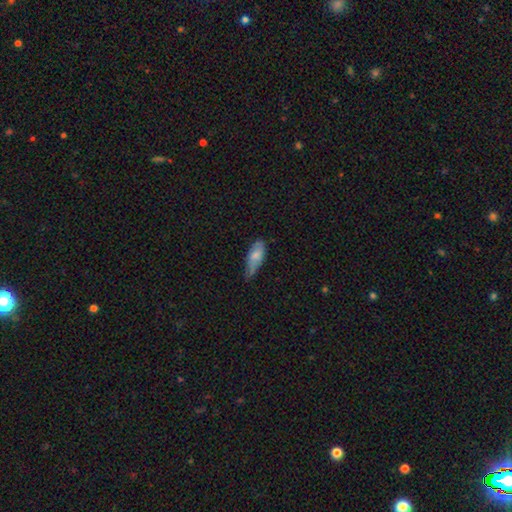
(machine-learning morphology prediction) A smooth galaxy with no disk features (73%) that is in between round and cigar-shaped (80%).

Vote fractions:
- Smooth or featured? smooth: 73% / featured or disk: 20% / star or artifact: 7%
- How rounded? in between: 80% / cigar-shaped: 18% / round: 2%
- Merging? minor disturbance: 49% / none: 36% / major disturbance: 13% / merger: 2%